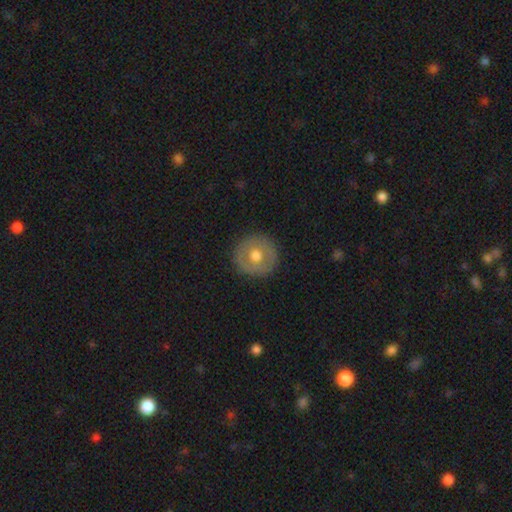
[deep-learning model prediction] Smooth or featured: smooth — 54% (featured or disk — 39%)
How rounded: round — 94% (in between — 5%)
Merging: none — 88% (minor disturbance — 8%)